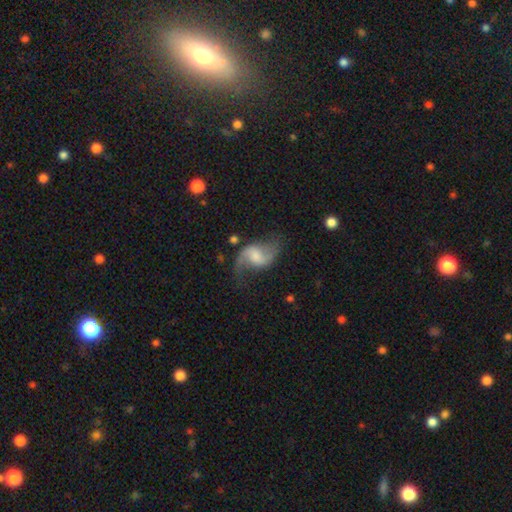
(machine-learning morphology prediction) Smooth or featured? Predicted: featured or disk (p=0.81). Edge-on disk? Predicted: no (p=0.98). Bar? Predicted: weak (p=0.50). Spiral arms? Predicted: yes (p=0.95). Spiral winding? Predicted: loose (p=0.74). Spiral arm count? Predicted: 2 (p=0.90). Bulge size? Predicted: moderate (p=0.34). Merging? Predicted: none (p=0.63).